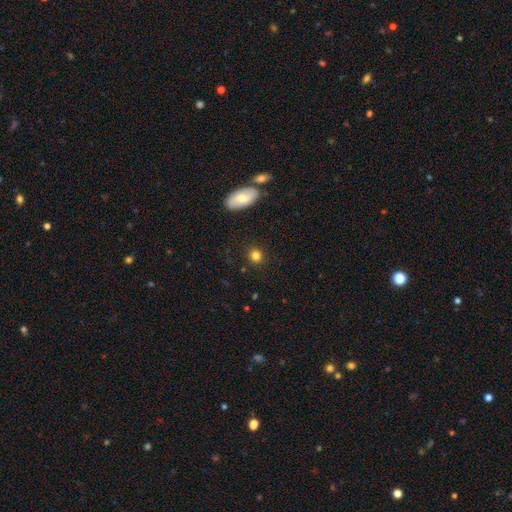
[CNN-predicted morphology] smooth_or_featured: smooth (p=0.82) [alt: star or artifact p=0.11]
how_rounded: round (p=0.82) [alt: in between p=0.17]
merging: none (p=0.87) [alt: minor disturbance p=0.08]